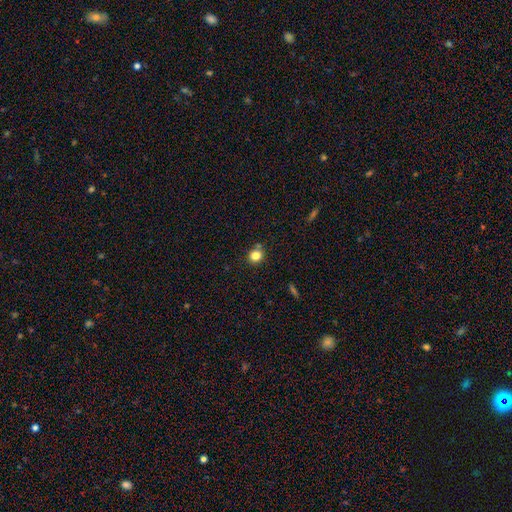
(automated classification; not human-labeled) smooth 82%, star or artifact 12%, featured or disk 6%. Down the decision tree: how rounded — round (85%); merging — none (76%).